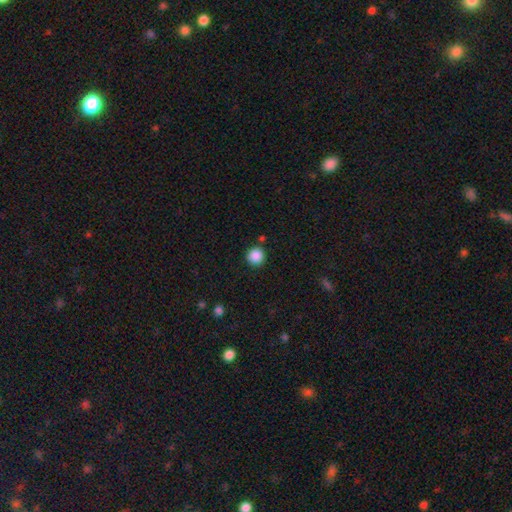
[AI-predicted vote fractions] Overall: smooth (88%). How rounded: round (94%). Merging: none (88%).